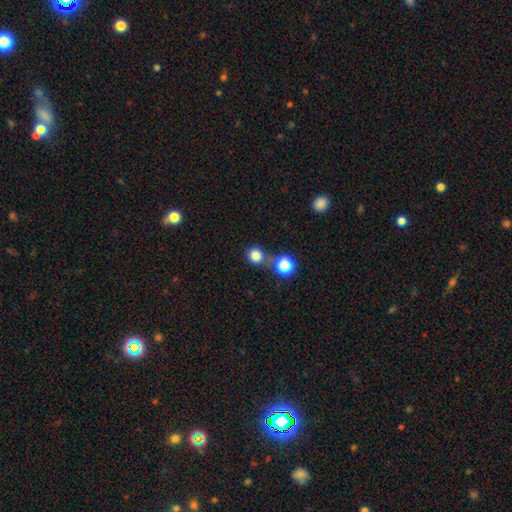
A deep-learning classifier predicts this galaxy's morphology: Smooth or featured: smooth — 81% (star or artifact — 13%)
How rounded: round — 89% (in between — 10%)
Merging: none — 61% (merger — 25%)